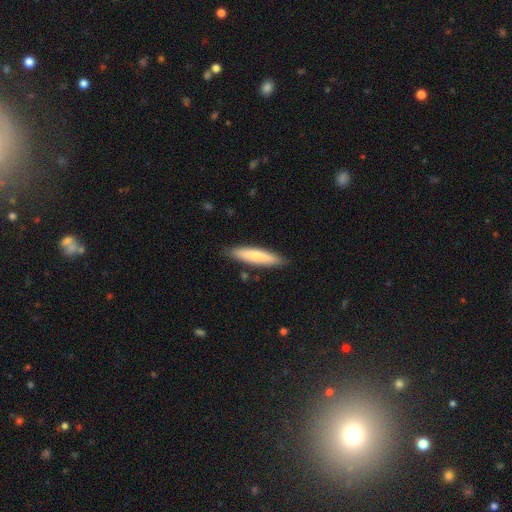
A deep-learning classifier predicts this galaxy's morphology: This appears to be a smooth galaxy with no disk features (74%) that is cigar-shaped (85%). Merging: none (87%).